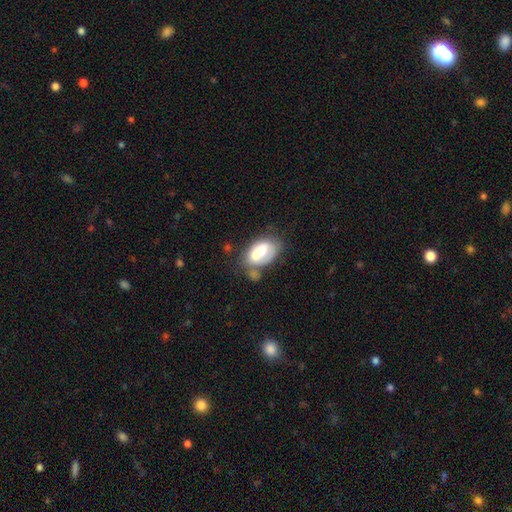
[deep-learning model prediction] A smooth galaxy with no disk features (56%) that is in between round and cigar-shaped (89%).

Vote fractions:
- Smooth or featured? smooth: 56% / featured or disk: 37% / star or artifact: 7%
- How rounded? in between: 89% / round: 9% / cigar-shaped: 2%
- Merging? merger: 32% / none: 31% / minor disturbance: 23% / major disturbance: 15%